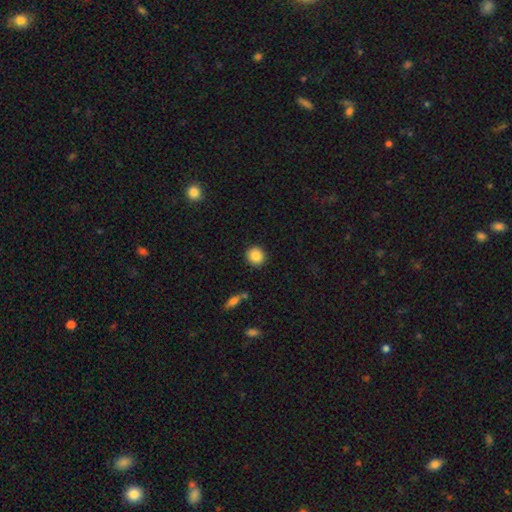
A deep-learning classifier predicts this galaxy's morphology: This is clearly a smooth galaxy (87%). How rounded: clearly round (88%). Merging: clearly none (91%).